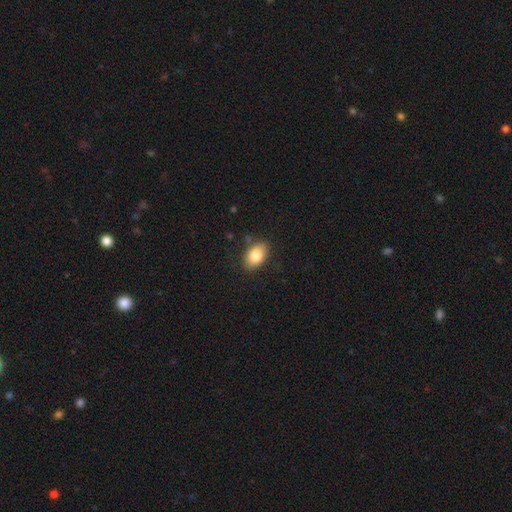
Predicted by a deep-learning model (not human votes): This is clearly a smooth galaxy (84%). How rounded: clearly in between (89%). Merging: clearly none (84%).